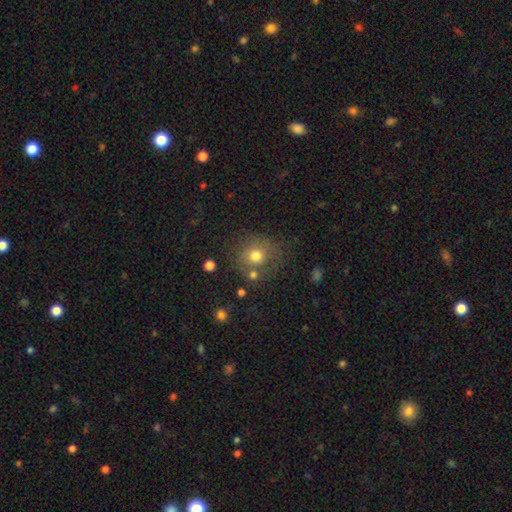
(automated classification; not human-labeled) Smooth or featured?
  - smooth: 71% *
  - featured or disk: 16%
  - star or artifact: 13%
How rounded?
  - round: 85% *
  - in between: 14%
  - cigar-shaped: 1%
Merging?
  - none: 64% *
  - minor disturbance: 17%
  - merger: 10%
  - major disturbance: 9%